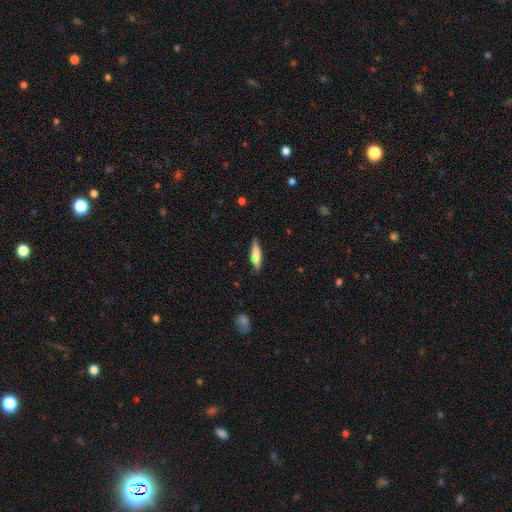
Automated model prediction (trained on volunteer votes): The model was most divided on "how rounded": cigar-shaped: 68%, in between: 30%, round: 2%. More confident: merging — none (84%); smooth or featured — smooth (78%).